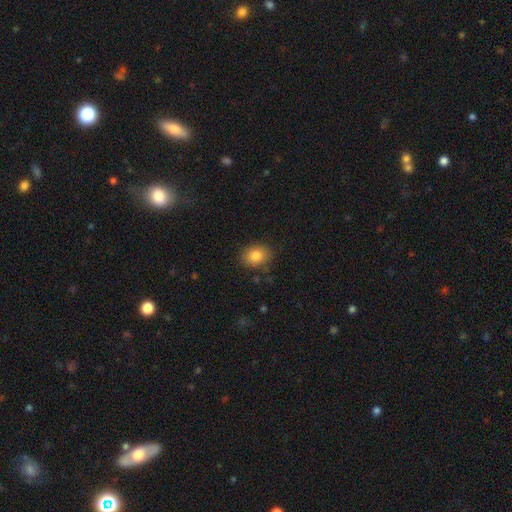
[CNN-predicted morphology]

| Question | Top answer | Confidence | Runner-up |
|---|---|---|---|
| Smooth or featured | smooth | 84% | star or artifact (9%) |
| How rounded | in between | 61% | round (38%) |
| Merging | none | 84% | minor disturbance (12%) |